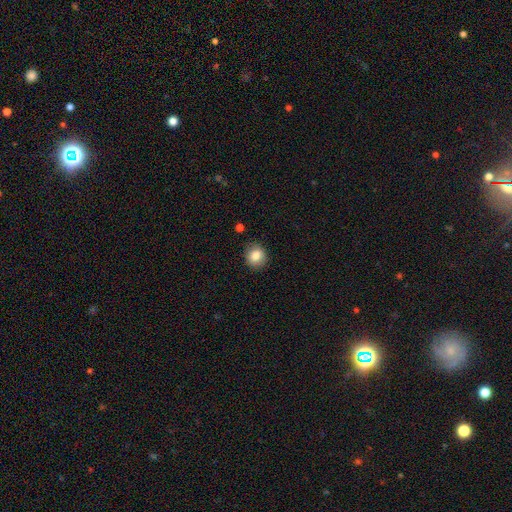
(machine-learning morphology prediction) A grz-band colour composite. It shows a smooth galaxy with no disk features (83%) that is round (79%). Merging: none (87%).